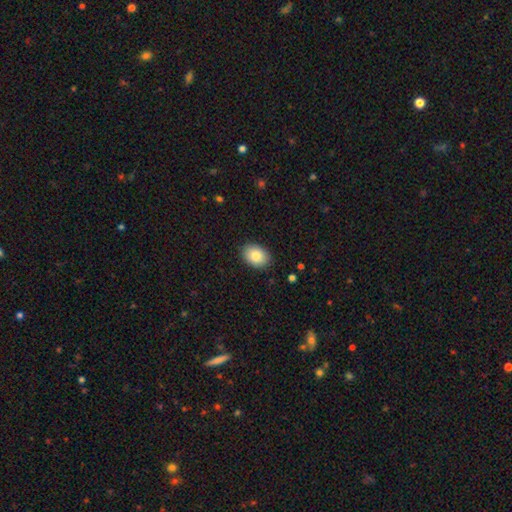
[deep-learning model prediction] smooth_or_featured: smooth (p=0.86) [alt: featured or disk p=0.07]
how_rounded: in between (p=0.80) [alt: round p=0.19]
merging: none (p=0.88) [alt: minor disturbance p=0.09]